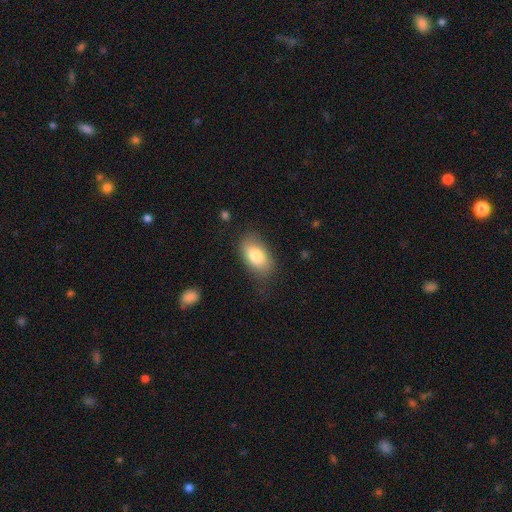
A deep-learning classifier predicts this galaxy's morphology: Smooth or featured? Predicted: smooth (p=0.79). How rounded? Predicted: in between (p=0.92). Merging? Predicted: none (p=0.74).